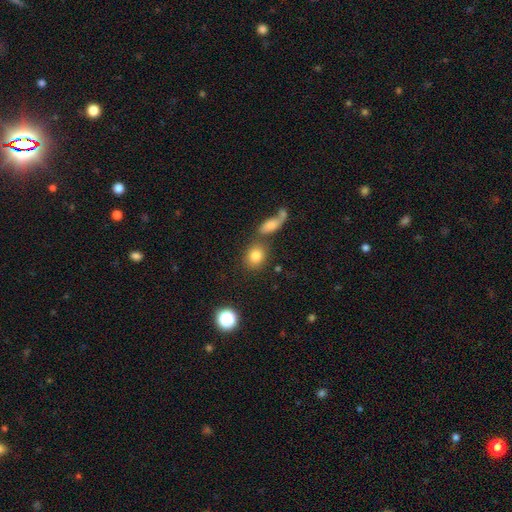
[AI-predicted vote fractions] A smooth galaxy with no disk features (80%) that is round (56%).

Vote fractions:
- Smooth or featured? smooth: 80% / star or artifact: 11% / featured or disk: 9%
- How rounded? round: 56% / in between: 42% / cigar-shaped: 2%
- Merging? none: 64% / merger: 20% / minor disturbance: 10% / major disturbance: 5%